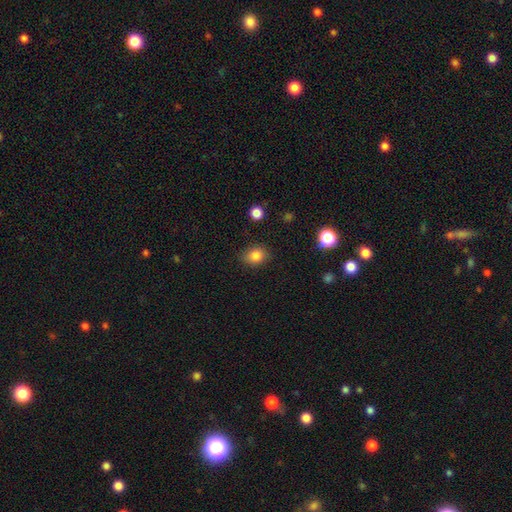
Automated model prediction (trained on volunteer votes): A smooth galaxy with no disk features (83%) that is round (51%). Merging: none (85%).